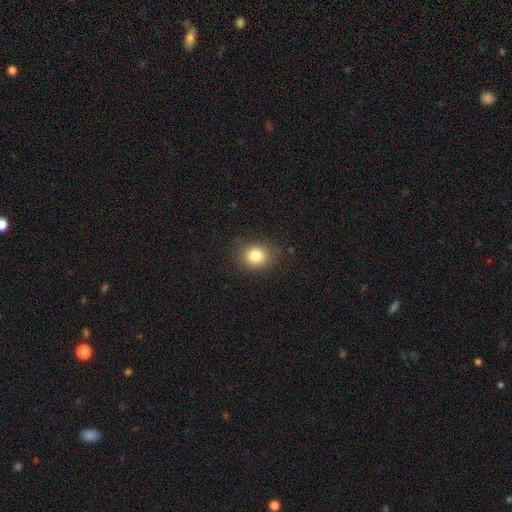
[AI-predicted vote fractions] Smooth or featured? Predicted: smooth (p=0.81). How rounded? Predicted: round (p=0.72). Merging? Predicted: none (p=0.83).